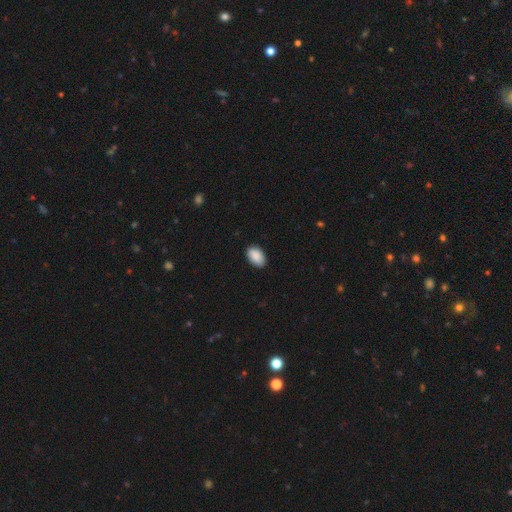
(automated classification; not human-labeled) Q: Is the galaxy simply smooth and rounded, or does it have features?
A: smooth — 90%.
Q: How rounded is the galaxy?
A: in between — 91%.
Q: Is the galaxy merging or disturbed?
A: none — 86%.